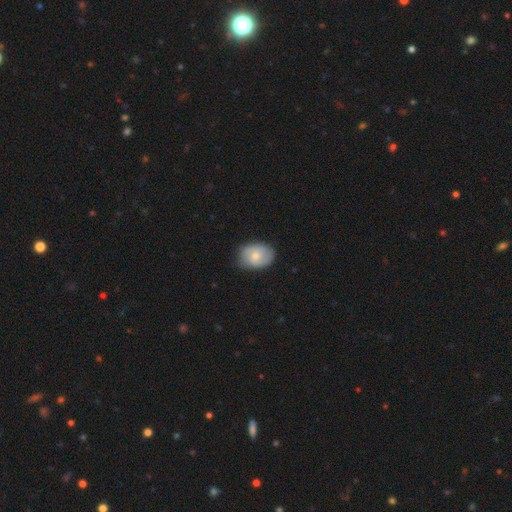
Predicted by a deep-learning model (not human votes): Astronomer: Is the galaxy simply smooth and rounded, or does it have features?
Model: smooth — 60%.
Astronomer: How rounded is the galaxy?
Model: in between — 68%.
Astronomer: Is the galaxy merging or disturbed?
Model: none — 79%.